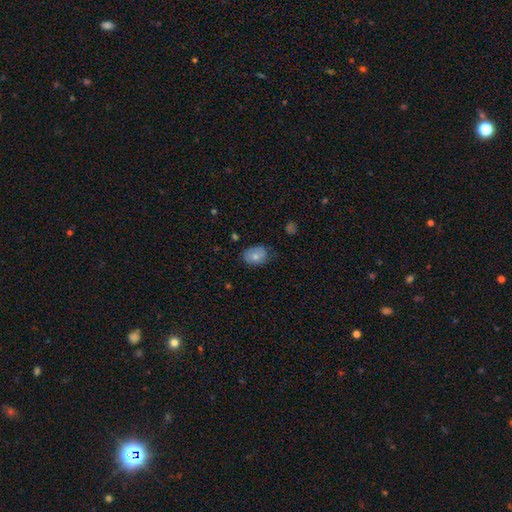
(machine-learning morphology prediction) Smooth or featured?
  - smooth: 75% *
  - featured or disk: 18%
  - star or artifact: 8%
How rounded?
  - in between: 72% *
  - round: 27%
  - cigar-shaped: 1%
Merging?
  - none: 63% *
  - minor disturbance: 29%
  - major disturbance: 7%
  - merger: 1%